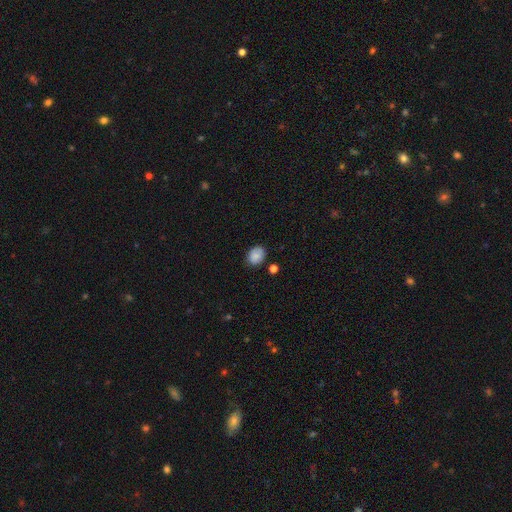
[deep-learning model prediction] This appears to be a smooth galaxy with no disk features (83%) that is in between round and cigar-shaped (51%). Merging: none (78%).